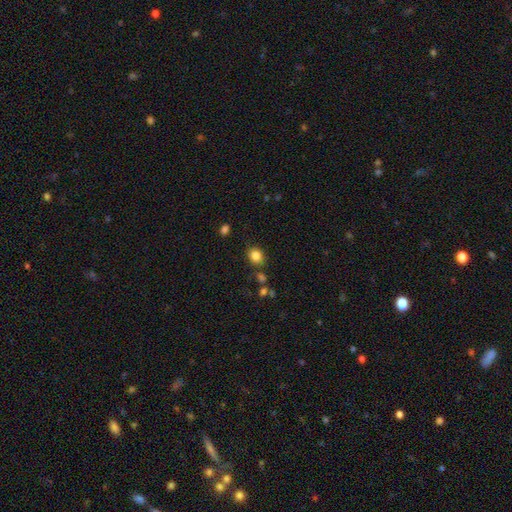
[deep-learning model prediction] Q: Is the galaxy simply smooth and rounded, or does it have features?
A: smooth — 85%.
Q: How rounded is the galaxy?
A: round — 63%.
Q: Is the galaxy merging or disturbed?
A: none — 79%.